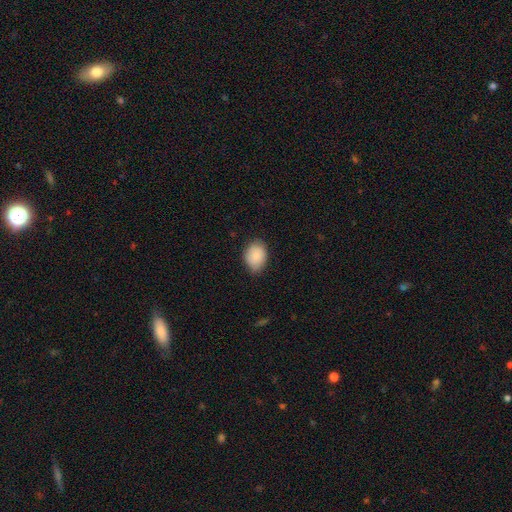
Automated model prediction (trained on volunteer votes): Overall: smooth (88%). How rounded: in between (70%). Merging: none (73%).